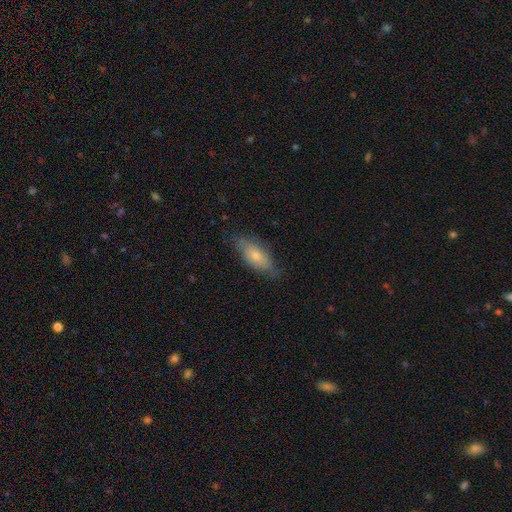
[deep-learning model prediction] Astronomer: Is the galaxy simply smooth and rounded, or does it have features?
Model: smooth — 69%.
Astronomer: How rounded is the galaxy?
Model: in between — 81%.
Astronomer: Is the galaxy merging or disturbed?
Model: none — 71%.